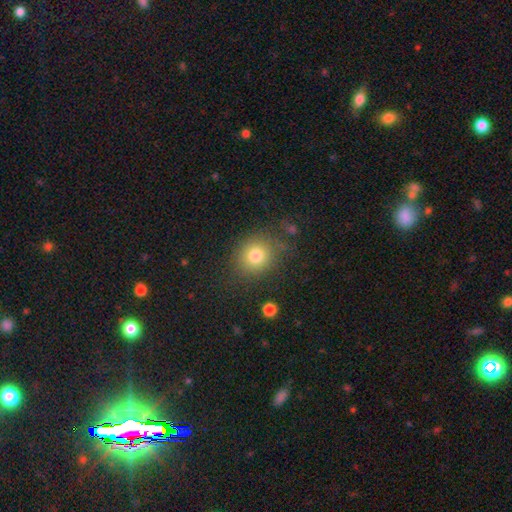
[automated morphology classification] This appears to be a smooth galaxy with no disk features (79%) that is round (76%). Merging: none (78%).